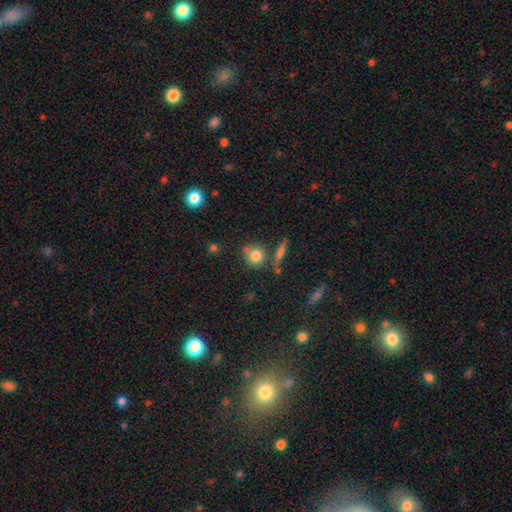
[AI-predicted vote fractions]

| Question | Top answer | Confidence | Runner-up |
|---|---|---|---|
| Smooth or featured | smooth | 81% | star or artifact (10%) |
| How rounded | round | 76% | in between (21%) |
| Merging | none | 64% | minor disturbance (17%) |